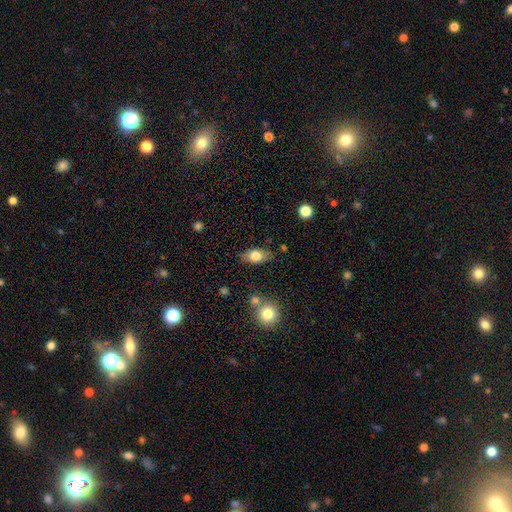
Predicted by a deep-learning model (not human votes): Smooth or featured? smooth (75%)
How rounded? in between (85%)
Merging? none (77%)